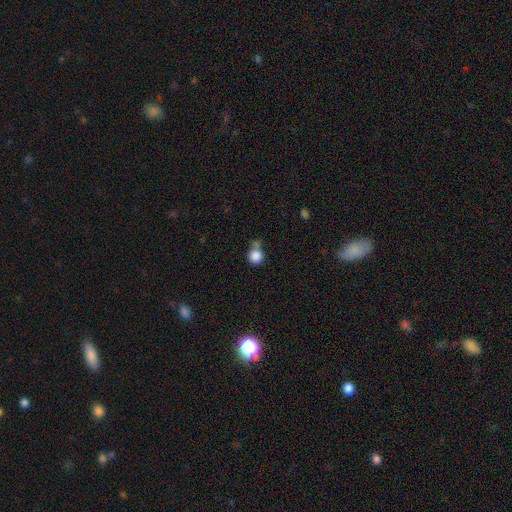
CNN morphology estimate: smooth-or-featured: smooth: 85% | star or artifact: 9% | featured or disk: 6%
  how-rounded: round: 86% | in between: 13% | cigar-shaped: 1%
  merging: none: 47% | merger: 24% | minor disturbance: 21% | major disturbance: 9%